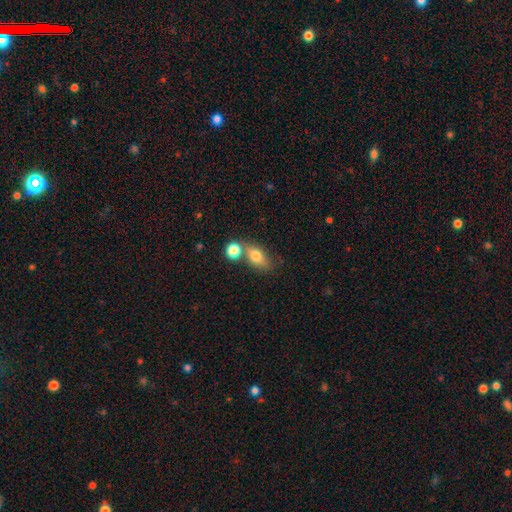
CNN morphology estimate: type=smooth (76%); roundness=in between (75%); merging=none (52%).